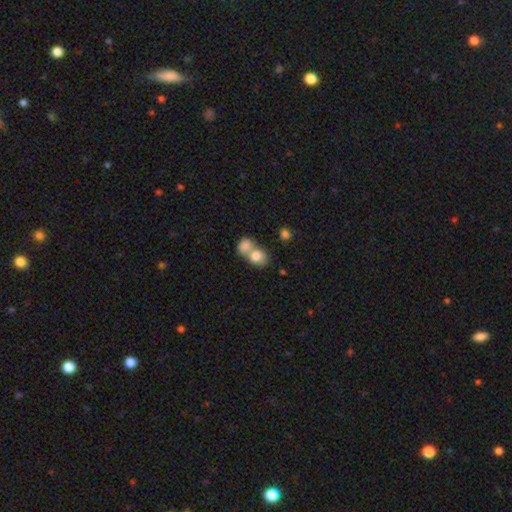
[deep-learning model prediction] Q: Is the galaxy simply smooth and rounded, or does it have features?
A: smooth — 80%.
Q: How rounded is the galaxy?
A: round — 52%.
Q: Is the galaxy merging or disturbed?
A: merger — 61%.